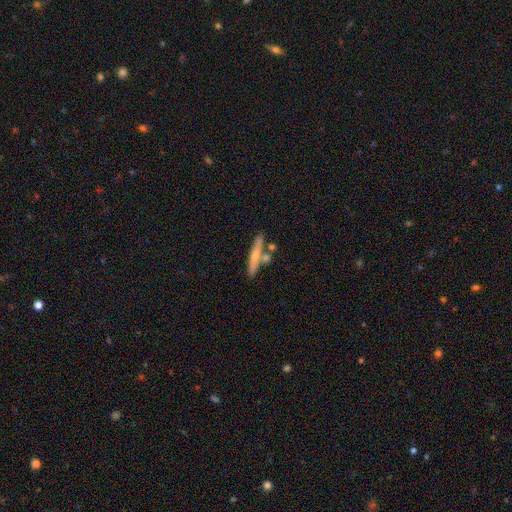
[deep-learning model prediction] This is possibly a smooth galaxy (56%). How rounded: clearly cigar-shaped (88%). Merging: likely none (68%).